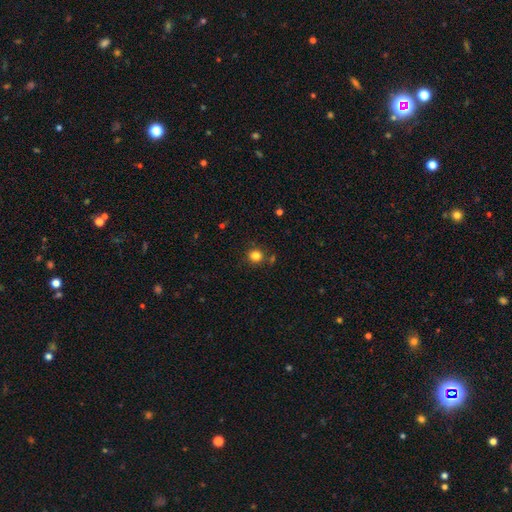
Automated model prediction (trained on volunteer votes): This appears to be a smooth galaxy with no disk features (82%) that is round (89%). Merging: none (82%).